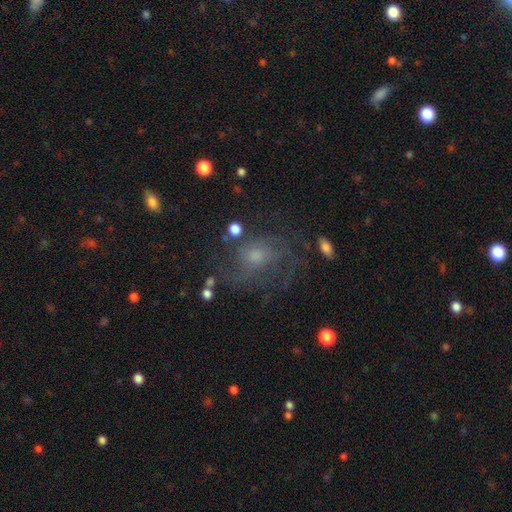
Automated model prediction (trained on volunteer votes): Q: Smooth or featured?
A: featured or disk (62%); runner-up: smooth (24%)
Q: Edge-on disk?
A: no (96%); runner-up: yes (4%)
Q: Bar?
A: no (73%); runner-up: weak (24%)
Q: Spiral arms?
A: yes (81%); runner-up: no (19%)
Q: Bulge size?
A: small (43%); runner-up: moderate (41%)
Q: Merging?
A: none (59%); runner-up: minor disturbance (20%)